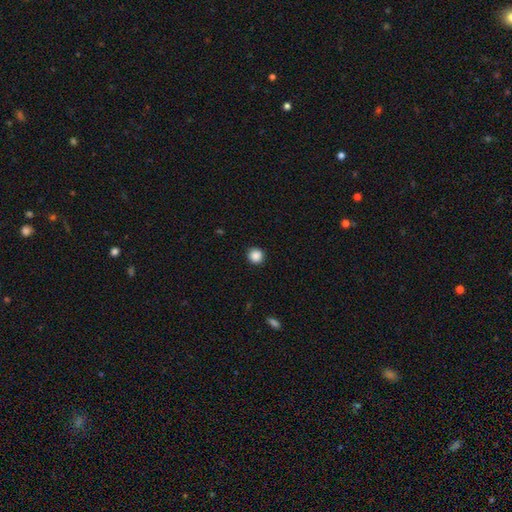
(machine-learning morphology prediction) type=smooth (87%); roundness=round (95%); merging=none (92%).